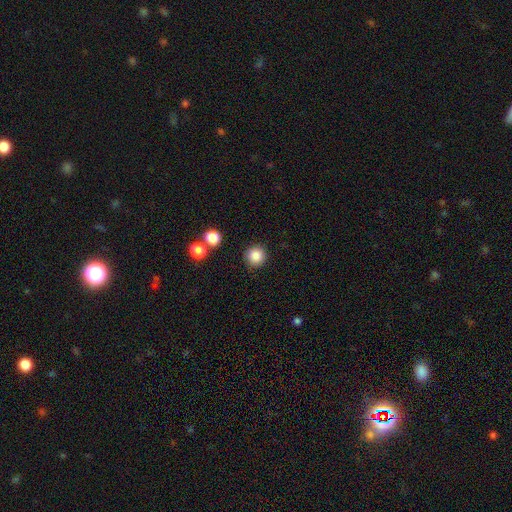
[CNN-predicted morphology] smooth_or_featured: smooth (p=0.86) [alt: star or artifact p=0.10]
how_rounded: round (p=0.94) [alt: in between p=0.05]
merging: none (p=0.89) [alt: minor disturbance p=0.06]